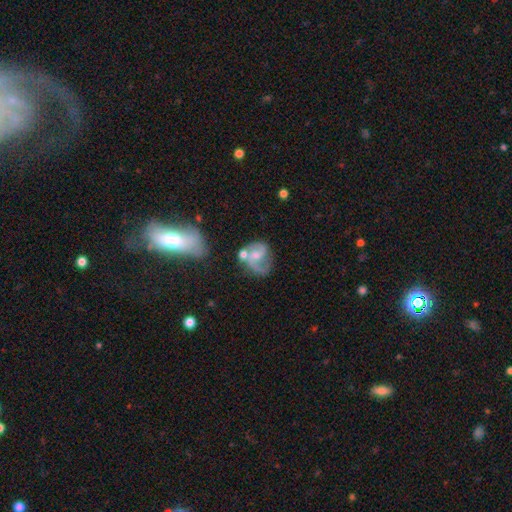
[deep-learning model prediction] Smooth or featured? Predicted: featured or disk (p=0.75). Edge-on disk? Predicted: no (p=0.98). Bar? Predicted: no (p=0.48). Spiral arms? Predicted: yes (p=0.90). Spiral winding? Predicted: medium (p=0.50). Spiral arm count? Predicted: 2 (p=0.75). Bulge size? Predicted: small (p=0.41). Merging? Predicted: none (p=0.41).